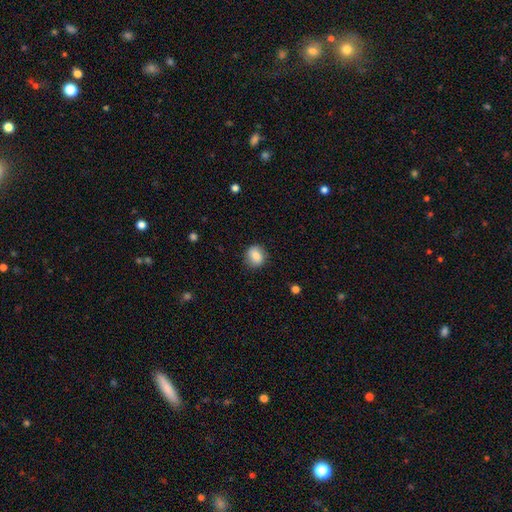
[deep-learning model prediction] Smooth or featured: smooth — 80% (featured or disk — 12%)
How rounded: round — 76% (in between — 23%)
Merging: none — 84% (minor disturbance — 12%)